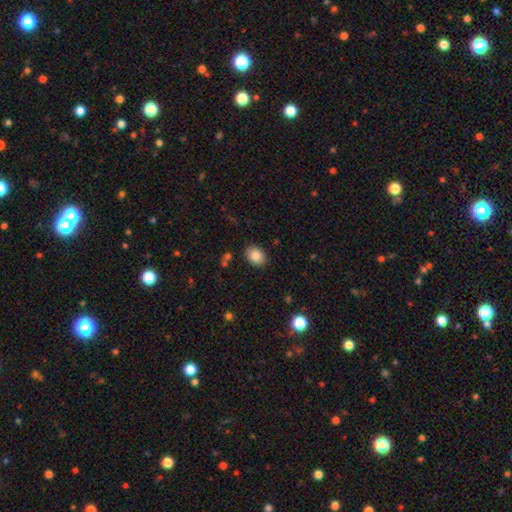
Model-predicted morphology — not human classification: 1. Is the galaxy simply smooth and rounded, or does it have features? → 84% smooth, 9% star or artifact, 8% featured or disk.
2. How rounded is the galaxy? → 66% in between, 34% round, 1% cigar-shaped.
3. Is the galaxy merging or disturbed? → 86% none, 9% minor disturbance, 2% major disturbance, 2% merger.